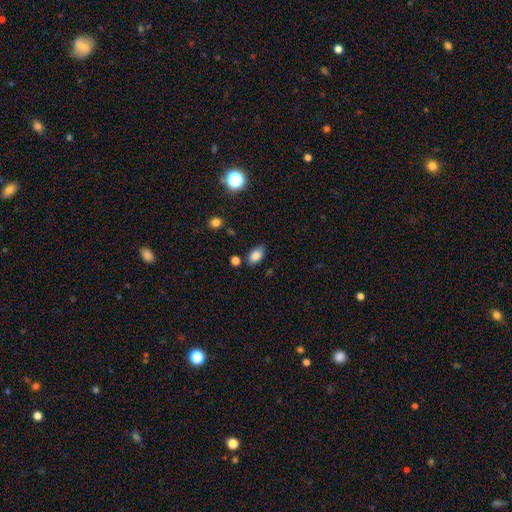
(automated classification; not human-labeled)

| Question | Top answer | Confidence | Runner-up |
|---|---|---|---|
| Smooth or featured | smooth | 84% | star or artifact (9%) |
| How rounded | in between | 88% | round (10%) |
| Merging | none | 78% | minor disturbance (14%) |